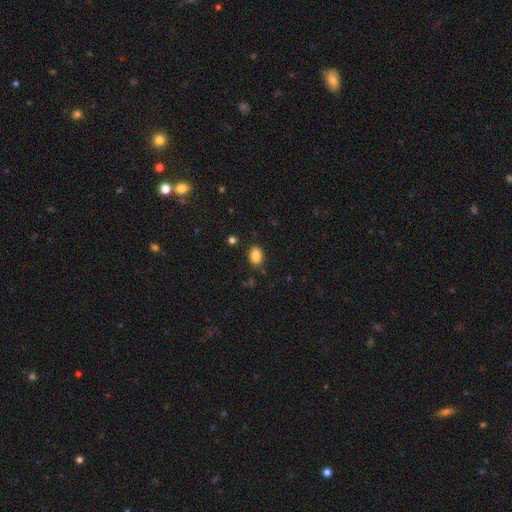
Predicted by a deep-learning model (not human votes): Q: Smooth or featured?
A: smooth (87%); runner-up: star or artifact (9%)
Q: How rounded?
A: in between (80%); runner-up: round (19%)
Q: Merging?
A: none (82%); runner-up: minor disturbance (12%)